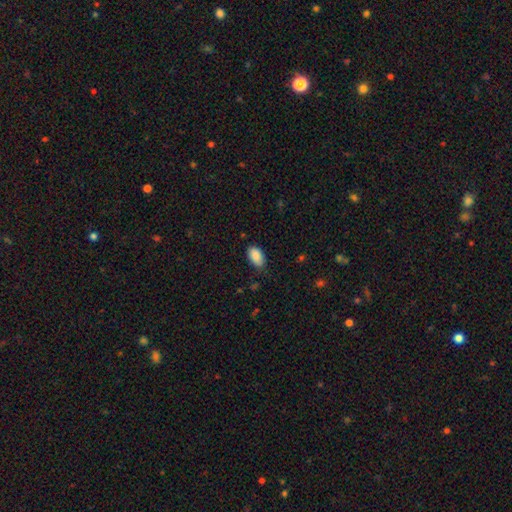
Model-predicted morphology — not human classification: type=smooth (89%); roundness=in between (93%); merging=none (77%).